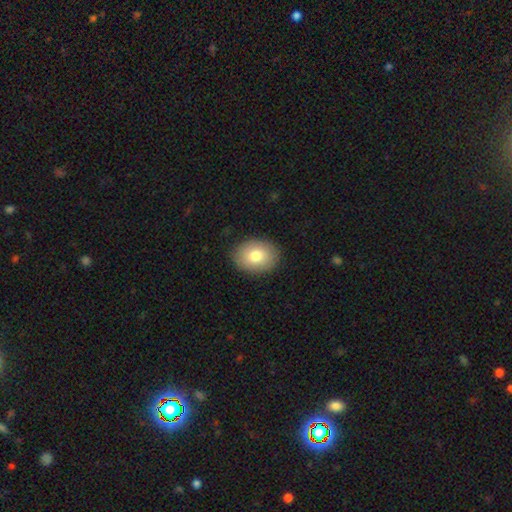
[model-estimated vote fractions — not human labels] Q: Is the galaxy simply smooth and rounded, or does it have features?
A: smooth — 80%.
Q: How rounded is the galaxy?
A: in between — 67%.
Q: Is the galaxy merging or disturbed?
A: none — 89%.